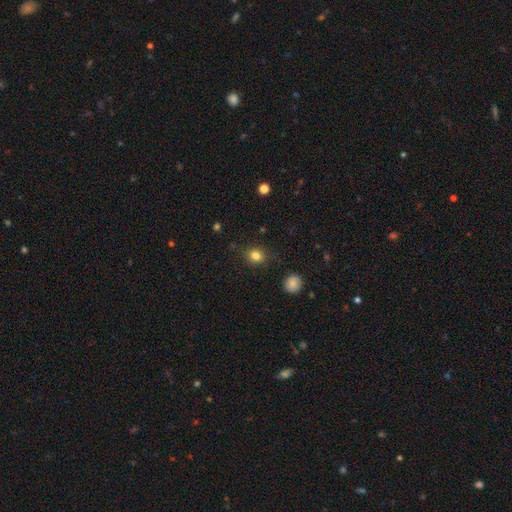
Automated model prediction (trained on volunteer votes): Smooth or featured? smooth (82%)
How rounded? round (72%)
Merging? none (85%)